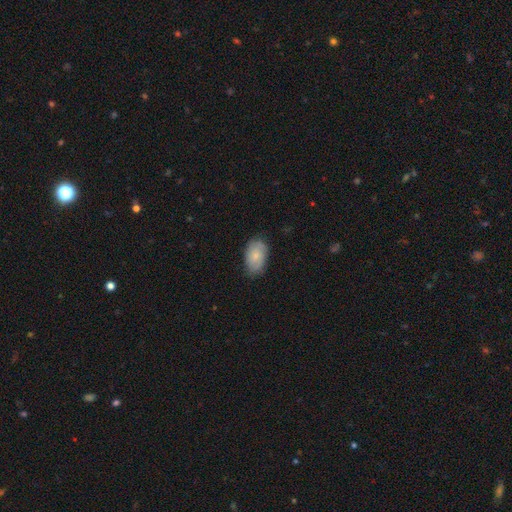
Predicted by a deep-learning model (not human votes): Q: Smooth or featured?
A: smooth (71%); runner-up: featured or disk (22%)
Q: How rounded?
A: in between (90%); runner-up: round (9%)
Q: Merging?
A: none (73%); runner-up: minor disturbance (22%)